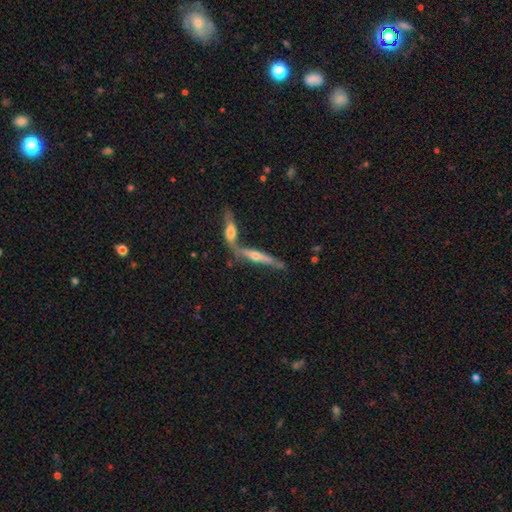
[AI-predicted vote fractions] This is likely a featured or disk galaxy (72%). It is clearly viewed edge-on (91%). Edge-on bulge: clearly rounded (87%). Merging: marginally none (44%).